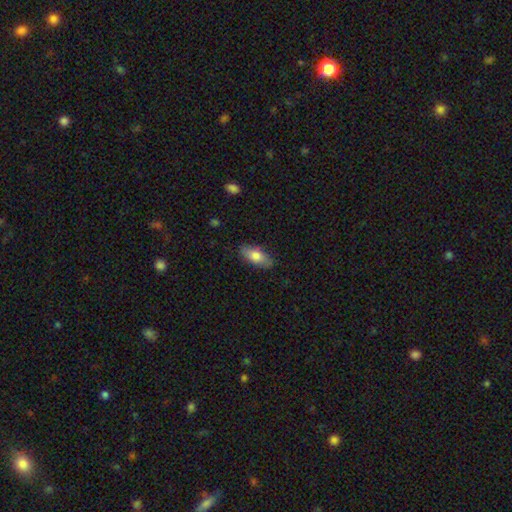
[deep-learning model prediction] Smooth or featured? Predicted: smooth (p=0.76). How rounded? Predicted: in between (p=0.86). Merging? Predicted: none (p=0.84).